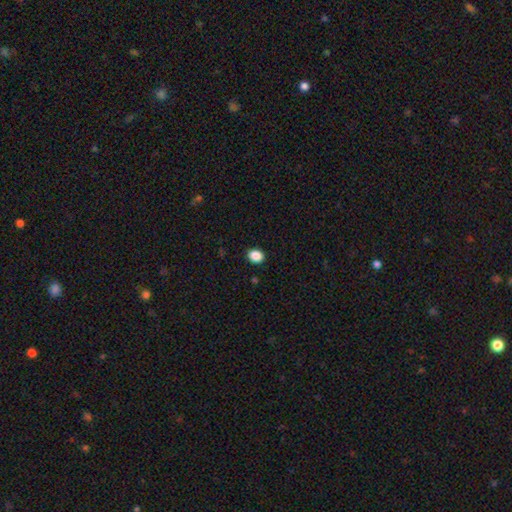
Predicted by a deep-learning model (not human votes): Smooth or featured?
  - smooth: 88% *
  - star or artifact: 9%
  - featured or disk: 2%
How rounded?
  - round: 55% *
  - in between: 44%
  - cigar-shaped: 1%
Merging?
  - none: 90% *
  - minor disturbance: 7%
  - major disturbance: 2%
  - merger: 1%